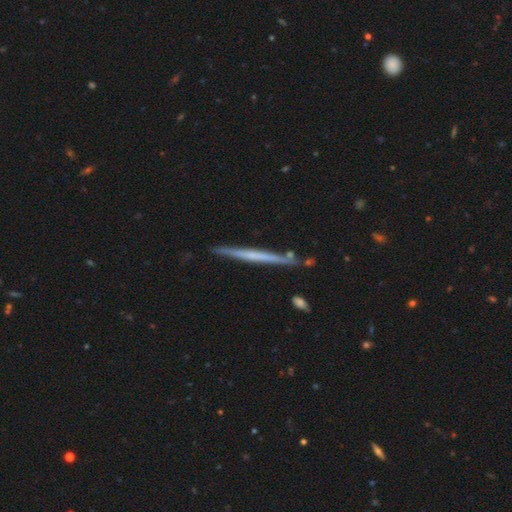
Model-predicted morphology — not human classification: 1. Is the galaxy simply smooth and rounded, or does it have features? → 60% featured or disk, 35% smooth, 6% star or artifact.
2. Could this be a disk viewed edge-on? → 97% yes, 3% no.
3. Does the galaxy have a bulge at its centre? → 81% none, 13% rounded, 6% boxy.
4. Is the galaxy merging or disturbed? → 85% none, 10% minor disturbance, 3% merger, 2% major disturbance.